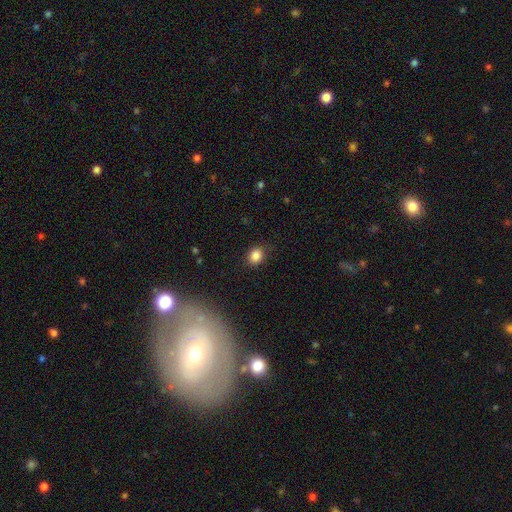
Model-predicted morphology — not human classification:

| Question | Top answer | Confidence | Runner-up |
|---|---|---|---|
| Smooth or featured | smooth | 84% | star or artifact (11%) |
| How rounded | round | 59% | in between (40%) |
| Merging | none | 85% | minor disturbance (11%) |